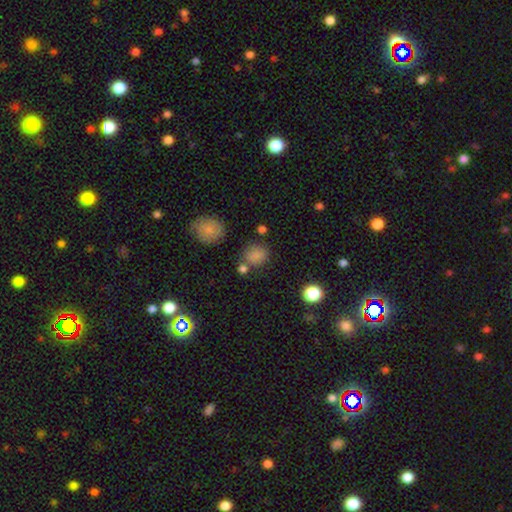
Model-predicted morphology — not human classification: A smooth galaxy with no disk features (80%) that is round (66%).

Vote fractions:
- Smooth or featured? smooth: 80% / star or artifact: 14% / featured or disk: 7%
- How rounded? round: 66% / in between: 33% / cigar-shaped: 1%
- Merging? none: 68% / minor disturbance: 15% / merger: 12% / major disturbance: 6%